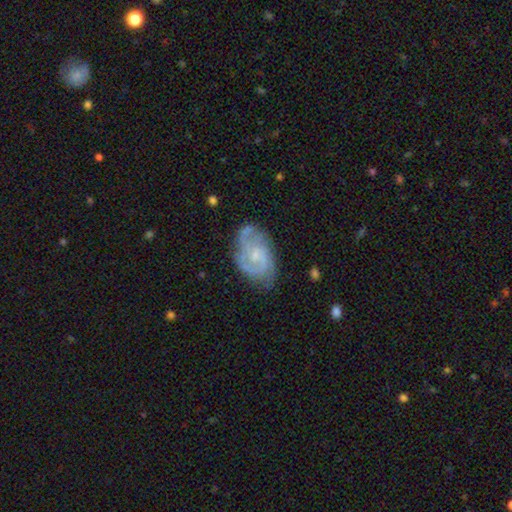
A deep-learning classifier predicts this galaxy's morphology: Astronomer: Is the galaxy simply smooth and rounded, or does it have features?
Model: featured or disk — 81%.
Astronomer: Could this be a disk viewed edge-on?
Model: no — 97%.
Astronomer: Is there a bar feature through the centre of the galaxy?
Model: no — 60% (runner-up: weak, 35%).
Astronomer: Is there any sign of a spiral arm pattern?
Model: yes — 94%.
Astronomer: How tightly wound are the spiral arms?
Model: tight — 44%, tied with medium at 44%.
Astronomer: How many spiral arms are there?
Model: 2 — 46% (runner-up: 3, 23%).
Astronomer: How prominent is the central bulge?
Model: small — 55%.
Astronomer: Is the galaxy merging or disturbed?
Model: none — 66%.